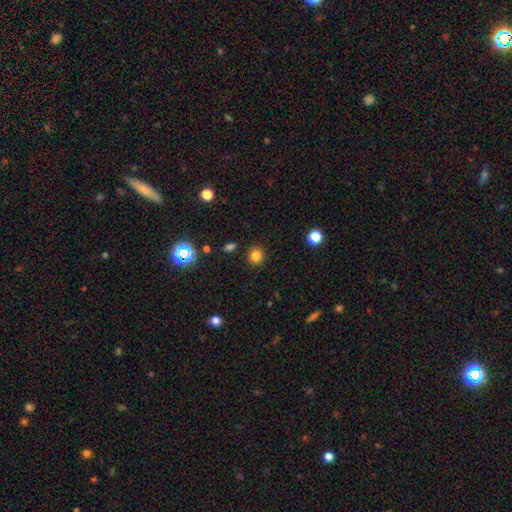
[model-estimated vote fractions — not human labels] Smooth or featured: smooth — 81% (star or artifact — 14%)
How rounded: round — 80% (in between — 19%)
Merging: none — 89% (minor disturbance — 7%)